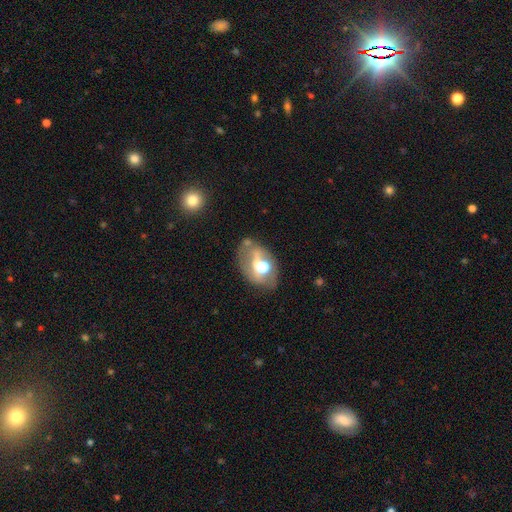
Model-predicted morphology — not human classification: The model was most divided on "smooth or featured": featured or disk: 48%, smooth: 42%, star or artifact: 10%. Remaining: merging — none (40%).